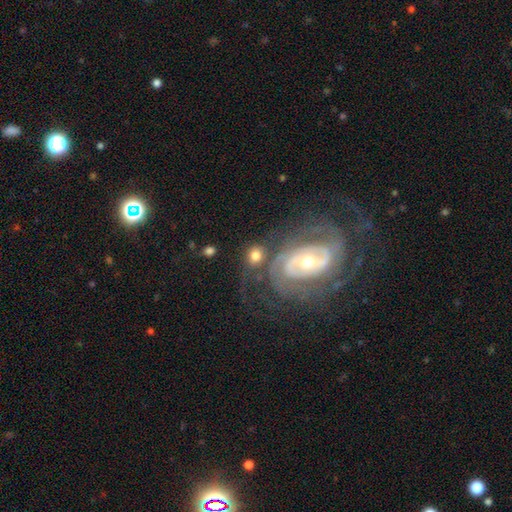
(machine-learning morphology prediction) type=smooth (58%); roundness=round (58%); merging=none (58%).